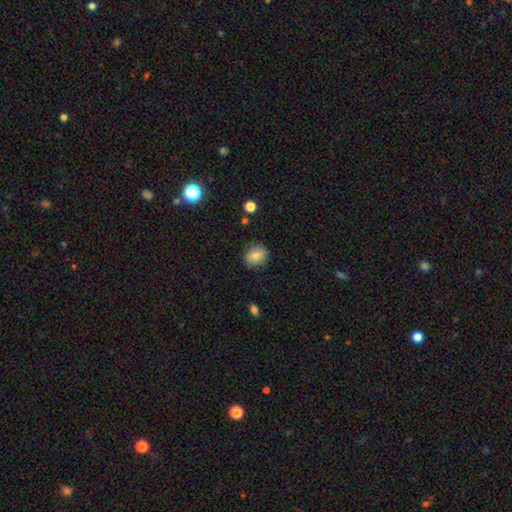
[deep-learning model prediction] smooth-or-featured: smooth: 80% | featured or disk: 11% | star or artifact: 10%
  how-rounded: round: 66% | in between: 33% | cigar-shaped: 1%
  merging: none: 85% | minor disturbance: 11% | major disturbance: 3% | merger: 1%